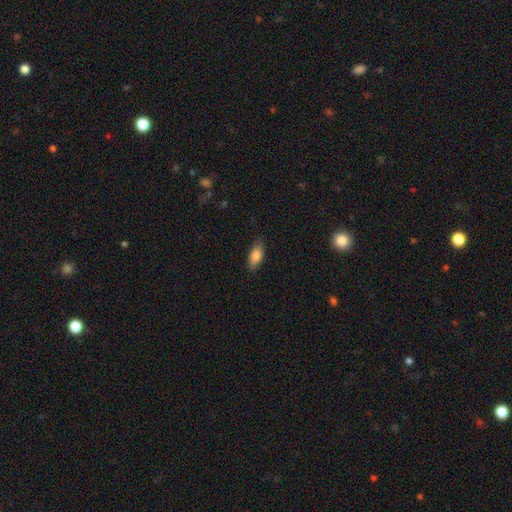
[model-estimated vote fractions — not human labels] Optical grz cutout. It shows a smooth galaxy with no disk features (81%) that is in between round and cigar-shaped (83%). Merging: none (83%).